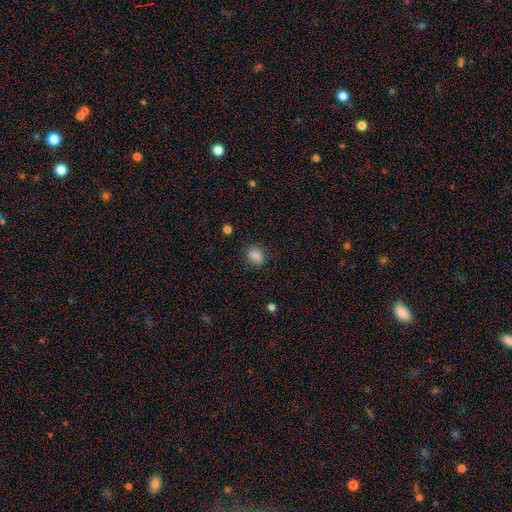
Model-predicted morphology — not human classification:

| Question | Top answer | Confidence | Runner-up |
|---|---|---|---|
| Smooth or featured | smooth | 87% | star or artifact (9%) |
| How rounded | in between | 56% | round (43%) |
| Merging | none | 84% | minor disturbance (12%) |